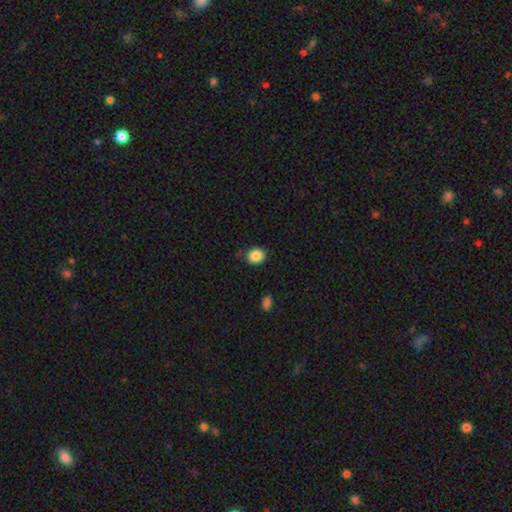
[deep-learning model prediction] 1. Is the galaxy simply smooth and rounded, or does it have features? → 87% smooth, 9% star or artifact, 5% featured or disk.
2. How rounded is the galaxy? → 70% round, 29% in between, 1% cigar-shaped.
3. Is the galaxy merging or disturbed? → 83% none, 12% minor disturbance, 3% major disturbance, 2% merger.